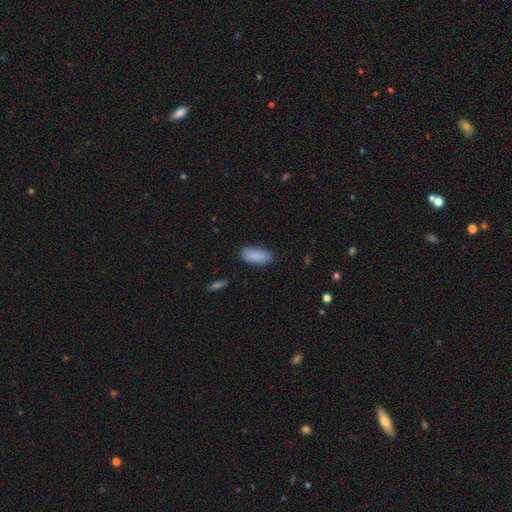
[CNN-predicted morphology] Overall: smooth (89%). How rounded: in between (81%). Merging: none (84%).